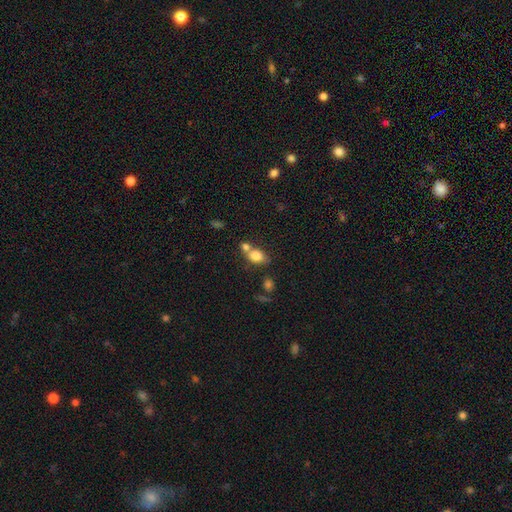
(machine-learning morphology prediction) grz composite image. It shows a smooth galaxy with no disk features (79%) that is in between round and cigar-shaped (66%). Merging: merger (48%).